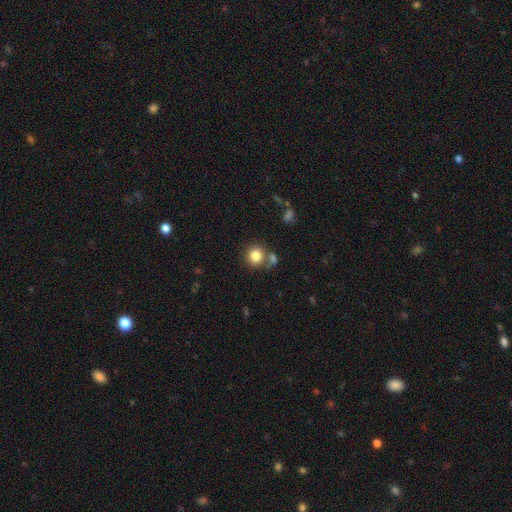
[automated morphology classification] type=smooth (82%); roundness=round (88%); merging=none (69%).